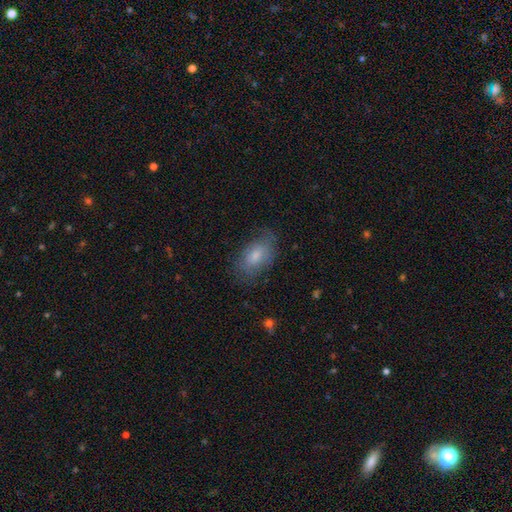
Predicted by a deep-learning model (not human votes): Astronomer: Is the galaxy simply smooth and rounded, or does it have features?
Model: smooth — 66%.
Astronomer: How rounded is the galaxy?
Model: in between — 90%.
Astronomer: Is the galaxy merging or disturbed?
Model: none — 66%.